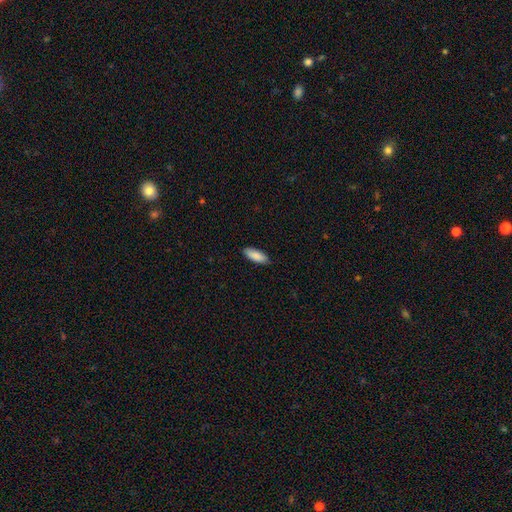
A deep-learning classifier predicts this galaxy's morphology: Smooth or featured: smooth — 88% (featured or disk — 6%)
How rounded: in between — 72% (cigar-shaped — 27%)
Merging: none — 87% (minor disturbance — 10%)